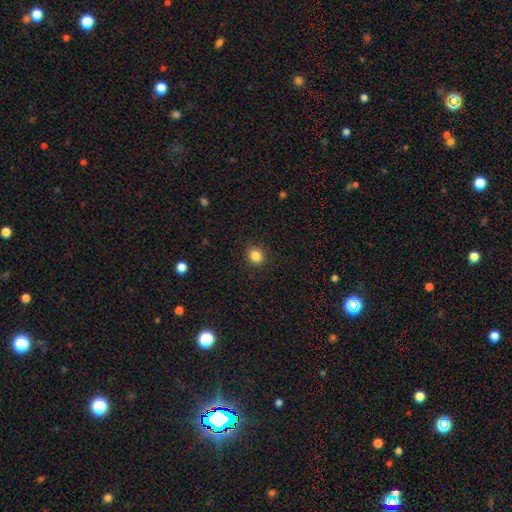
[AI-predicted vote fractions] Overall: smooth (85%). How rounded: round (78%). Merging: none (90%).